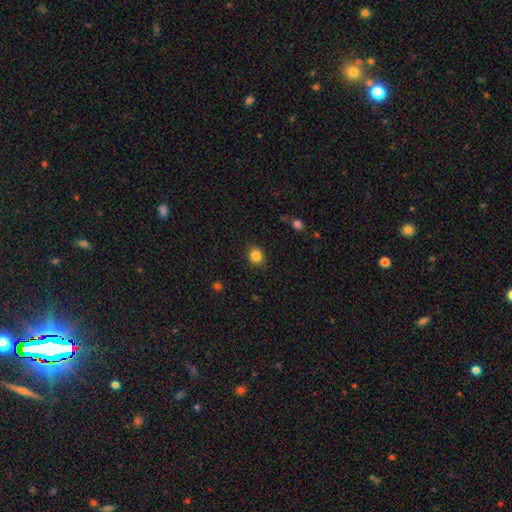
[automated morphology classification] A smooth galaxy with no disk features (85%) that is round (76%).

Vote fractions:
- Smooth or featured? smooth: 85% / star or artifact: 11% / featured or disk: 4%
- How rounded? round: 76% / in between: 23% / cigar-shaped: 1%
- Merging? none: 88% / minor disturbance: 9% / major disturbance: 2% / merger: 1%